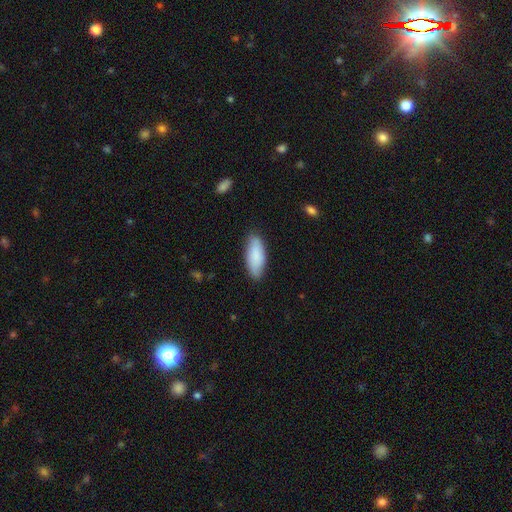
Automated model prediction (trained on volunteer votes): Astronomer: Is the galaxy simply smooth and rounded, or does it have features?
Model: smooth — 85%.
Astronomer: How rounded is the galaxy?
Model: in between — 75%.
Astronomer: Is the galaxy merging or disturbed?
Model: none — 83%.